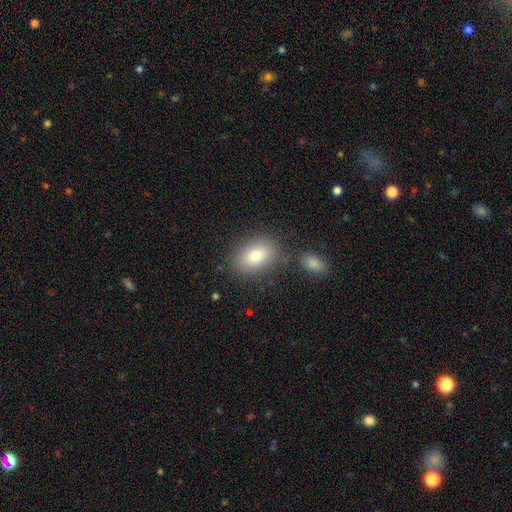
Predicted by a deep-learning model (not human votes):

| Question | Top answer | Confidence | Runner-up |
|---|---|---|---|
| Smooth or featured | smooth | 82% | featured or disk (10%) |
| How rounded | in between | 80% | round (19%) |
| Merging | none | 78% | minor disturbance (12%) |